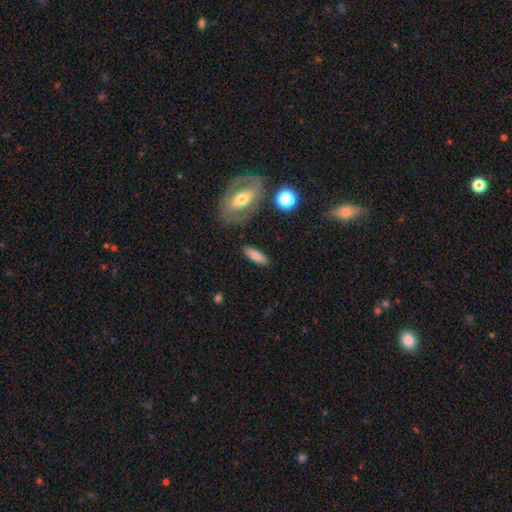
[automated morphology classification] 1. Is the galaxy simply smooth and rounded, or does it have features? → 81% smooth, 12% featured or disk, 7% star or artifact.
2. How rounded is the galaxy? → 51% cigar-shaped, 46% in between, 3% round.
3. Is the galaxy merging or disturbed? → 86% none, 9% minor disturbance, 3% major disturbance, 2% merger.